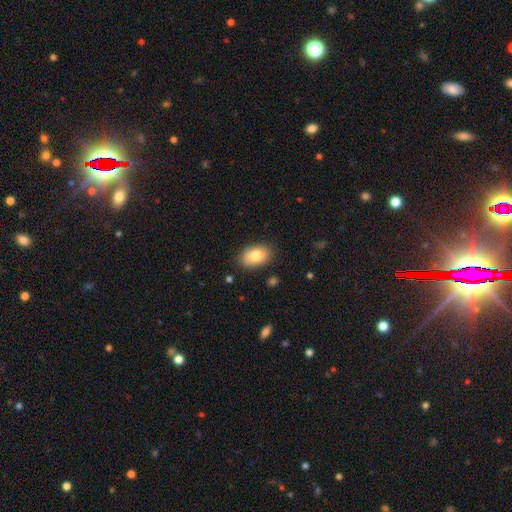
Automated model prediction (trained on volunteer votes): Morphology: type=smooth (79%); roundness=in between (87%); merging=none (82%).